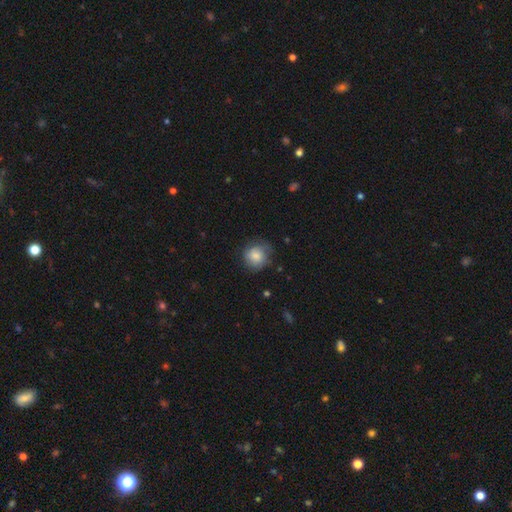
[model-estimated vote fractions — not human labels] This is likely a smooth galaxy (76%). How rounded: clearly round (83%). Merging: likely none (66%).